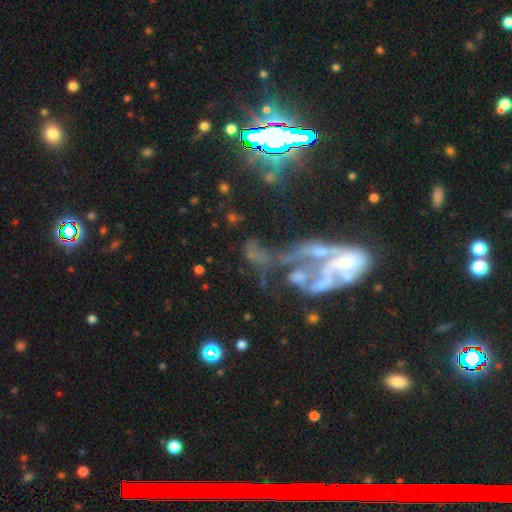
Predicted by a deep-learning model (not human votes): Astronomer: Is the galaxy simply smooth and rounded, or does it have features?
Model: featured or disk — 56%.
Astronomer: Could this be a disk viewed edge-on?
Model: no — 93%.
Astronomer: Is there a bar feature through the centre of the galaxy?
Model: no — 78%.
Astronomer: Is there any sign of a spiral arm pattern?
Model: no — 61% (runner-up: yes, 39%).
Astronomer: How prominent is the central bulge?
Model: none — 47% (runner-up: small, 29%).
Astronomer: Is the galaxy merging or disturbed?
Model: merger — 47% (runner-up: major disturbance, 30%).